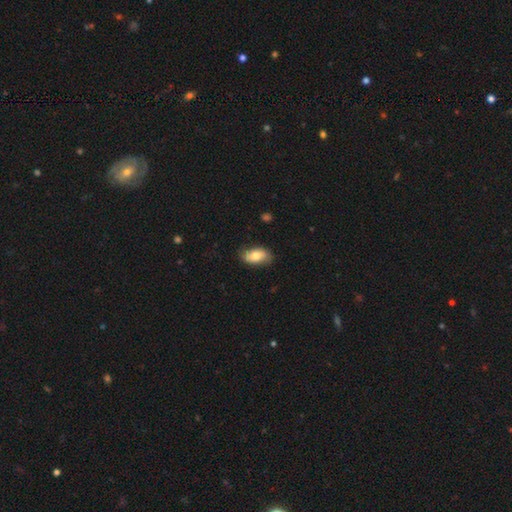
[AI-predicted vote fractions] smooth-or-featured: smooth: 72% | featured or disk: 21% | star or artifact: 7%
  how-rounded: in between: 92% | round: 6% | cigar-shaped: 2%
  merging: none: 79% | minor disturbance: 16% | major disturbance: 3% | merger: 1%